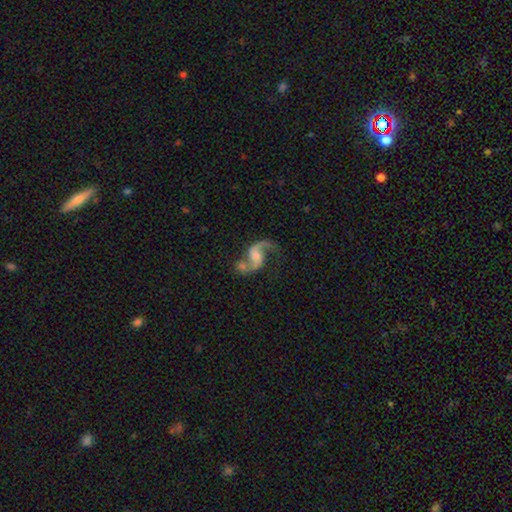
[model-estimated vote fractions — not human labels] This is clearly a featured or disk galaxy (86%). It is clearly not viewed edge-on (98%). Bar: possibly no (47%). Spiral arm pattern: clearly yes (95%). Spiral arm count: clearly 2 (88%). Spiral winding: likely loose (74%). Central bulge: marginally moderate (35%). Merging: possibly none (48%).